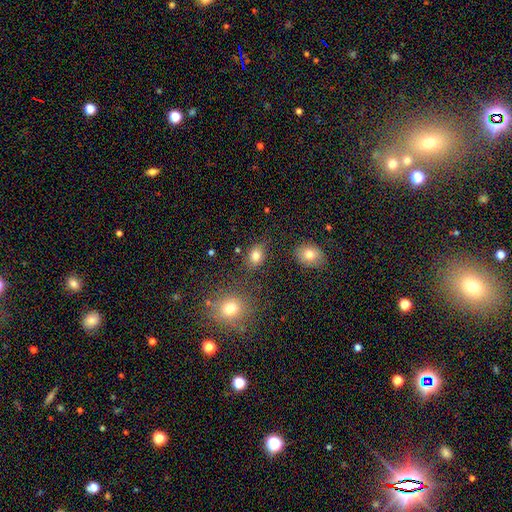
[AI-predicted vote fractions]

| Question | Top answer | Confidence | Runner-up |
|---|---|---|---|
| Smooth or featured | smooth | 79% | star or artifact (13%) |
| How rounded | in between | 61% | round (37%) |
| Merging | none | 75% | minor disturbance (15%) |